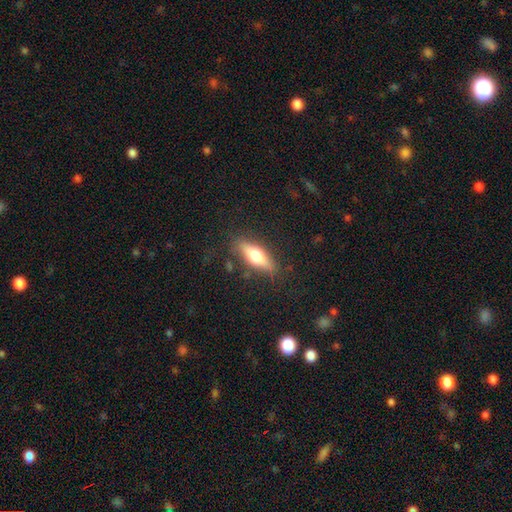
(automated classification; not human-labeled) A smooth galaxy with no disk features (56%) that is in between round and cigar-shaped (55%).

Vote fractions:
- Smooth or featured? smooth: 56% / featured or disk: 37% / star or artifact: 7%
- How rounded? in between: 55% / cigar-shaped: 42% / round: 3%
- Merging? none: 81% / minor disturbance: 13% / major disturbance: 4% / merger: 2%